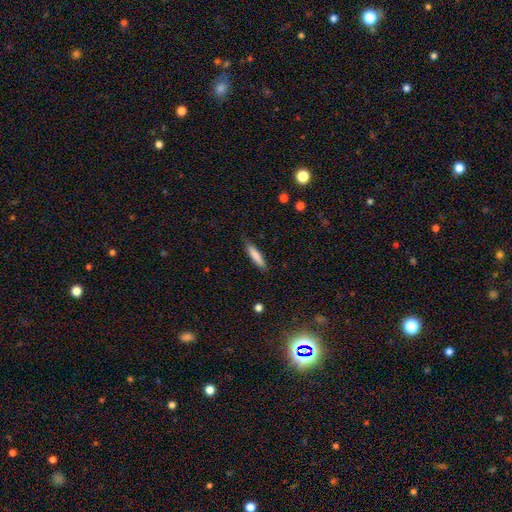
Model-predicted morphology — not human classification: Smooth or featured?
  - smooth: 81% *
  - featured or disk: 13%
  - star or artifact: 6%
How rounded?
  - cigar-shaped: 84% *
  - in between: 15%
  - round: 1%
Merging?
  - none: 83% *
  - minor disturbance: 13%
  - major disturbance: 2%
  - merger: 1%